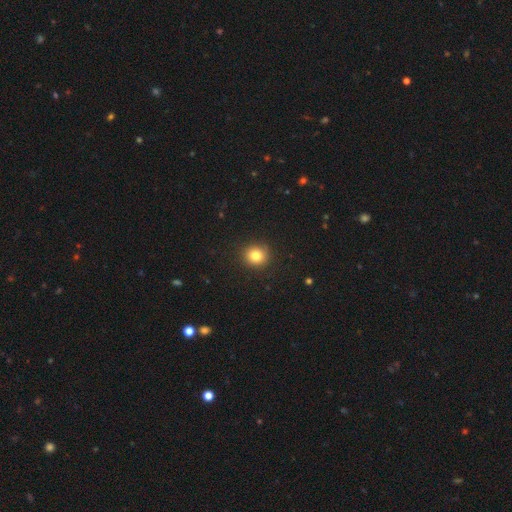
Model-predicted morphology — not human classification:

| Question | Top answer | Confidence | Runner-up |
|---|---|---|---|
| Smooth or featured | smooth | 81% | star or artifact (12%) |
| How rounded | round | 89% | in between (11%) |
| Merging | none | 89% | minor disturbance (8%) |